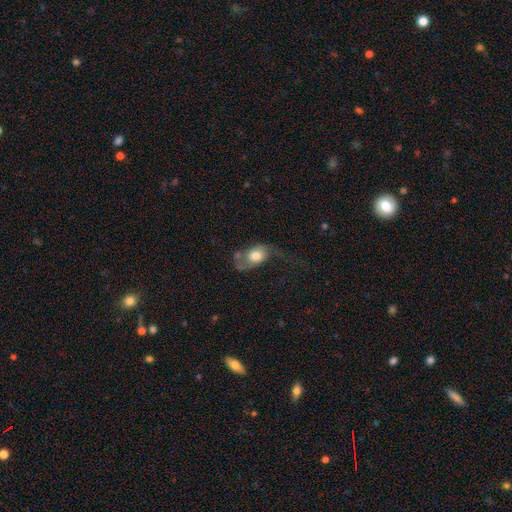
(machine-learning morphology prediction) A smooth galaxy with no disk features (50%) that is in between round and cigar-shaped (75%).

Vote fractions:
- Smooth or featured? smooth: 50% / featured or disk: 42% / star or artifact: 8%
- How rounded? in between: 75% / round: 23% / cigar-shaped: 3%
- Merging? major disturbance: 38% / none: 31% / minor disturbance: 23% / merger: 7%